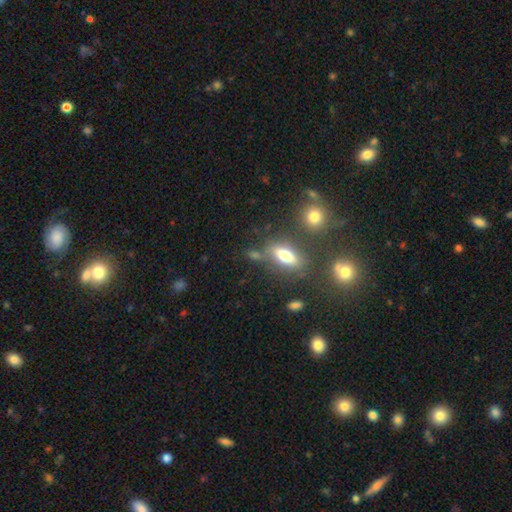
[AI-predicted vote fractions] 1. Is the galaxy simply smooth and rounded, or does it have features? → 60% smooth, 22% featured or disk, 18% star or artifact.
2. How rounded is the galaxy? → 63% in between, 25% cigar-shaped, 12% round.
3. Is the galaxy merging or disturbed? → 68% none, 13% minor disturbance, 13% merger, 6% major disturbance.